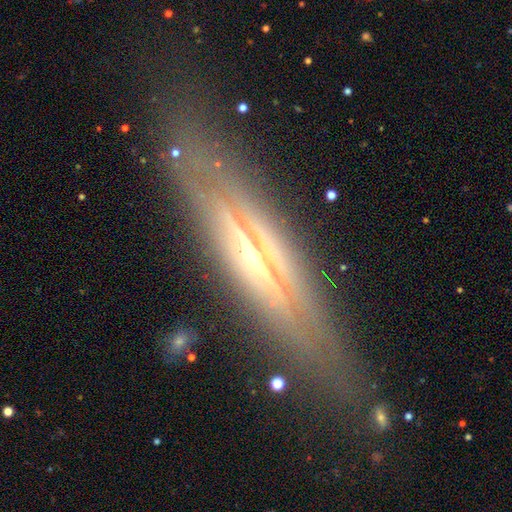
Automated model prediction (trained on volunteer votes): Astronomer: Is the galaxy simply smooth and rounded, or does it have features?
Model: featured or disk — 80%.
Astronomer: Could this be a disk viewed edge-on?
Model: yes — 90%.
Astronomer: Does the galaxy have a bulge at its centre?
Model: rounded — 82%.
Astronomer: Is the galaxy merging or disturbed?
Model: none — 78%.